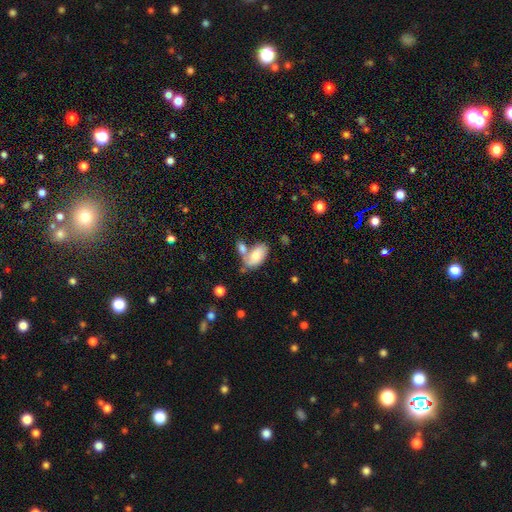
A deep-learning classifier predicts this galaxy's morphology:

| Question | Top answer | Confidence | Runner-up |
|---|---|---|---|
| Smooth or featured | smooth | 72% | featured or disk (22%) |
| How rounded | in between | 93% | round (4%) |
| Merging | merger | 41% | none (36%) |